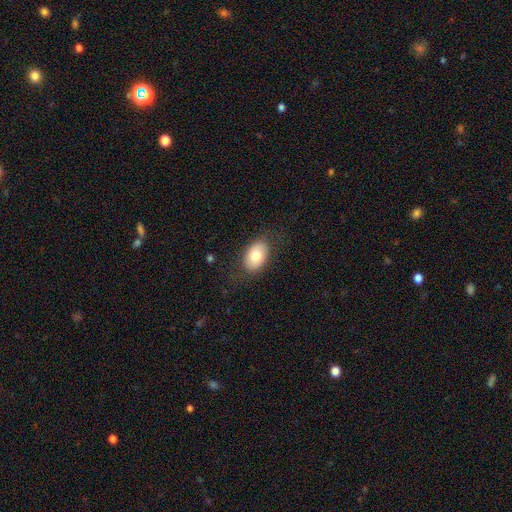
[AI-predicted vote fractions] Smooth or featured? Predicted: smooth (p=0.76). How rounded? Predicted: in between (p=0.89). Merging? Predicted: none (p=0.81).